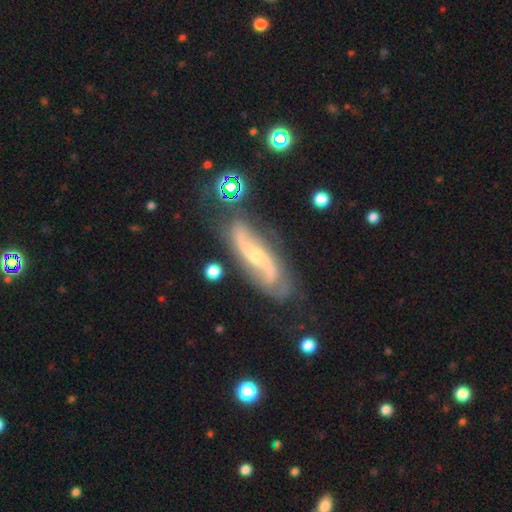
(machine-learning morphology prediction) Overall: featured or disk (85%). Edge-on disk: no (88%). Bar: no (41%; weak 34%). Spiral arms: yes (96%). Spiral arm count: 2 (89%). Spiral winding: loose (55%; medium 32%). Bulge size: small (65%; moderate 30%). Merging: none (74%).